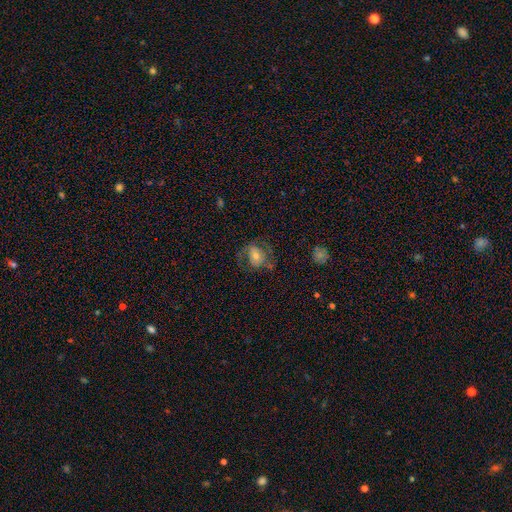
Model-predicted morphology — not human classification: A featured or disk galaxy (58%) with no bar (56%), spiral arms (78%) and a moderate central bulge (55%).

Vote fractions:
- Smooth or featured? featured or disk: 58% / smooth: 33% / star or artifact: 9%
- Edge-on disk? no: 96% / yes: 4%
- Bar? no: 56% / weak: 30% / strong: 14%
- Spiral arms? yes: 78% / no: 22%
- Bulge size? moderate: 55% / small: 35% / large: 7% / none: 2% / dominant: 2%
- Merging? none: 61% / minor disturbance: 19% / major disturbance: 18% / merger: 2%